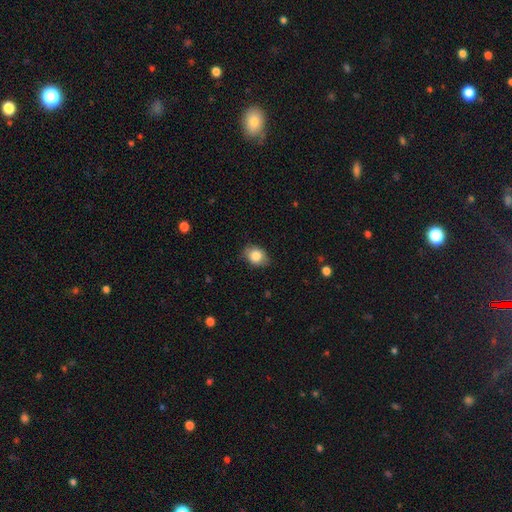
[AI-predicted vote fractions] smooth 84%, featured or disk 9%, star or artifact 8%. Down the decision tree: how rounded — in between (67%); merging — none (78%).